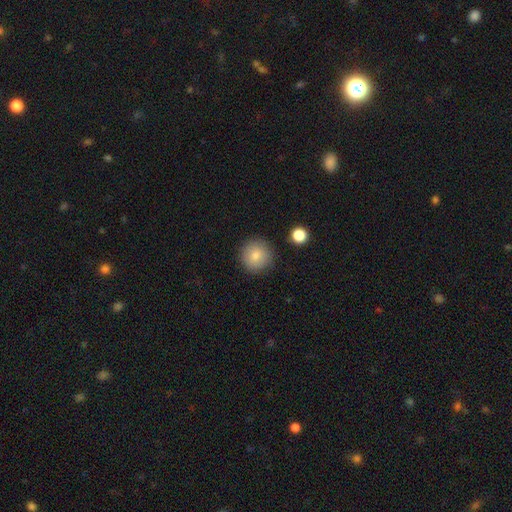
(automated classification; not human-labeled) Smooth or featured? smooth (84%)
How rounded? round (95%)
Merging? none (88%)